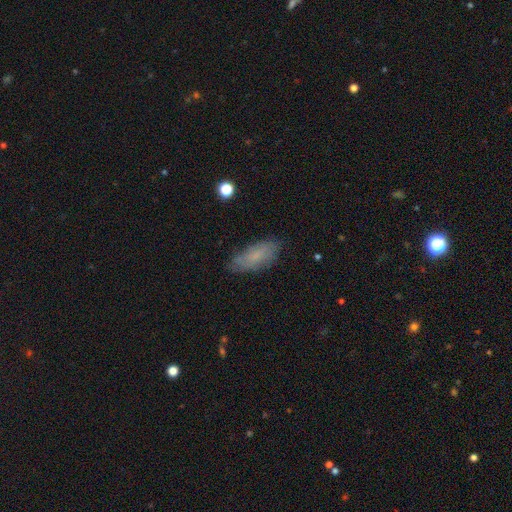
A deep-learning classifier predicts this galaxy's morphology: A smooth galaxy with no disk features (68%) that is in between round and cigar-shaped (79%). Merging: none (75%).